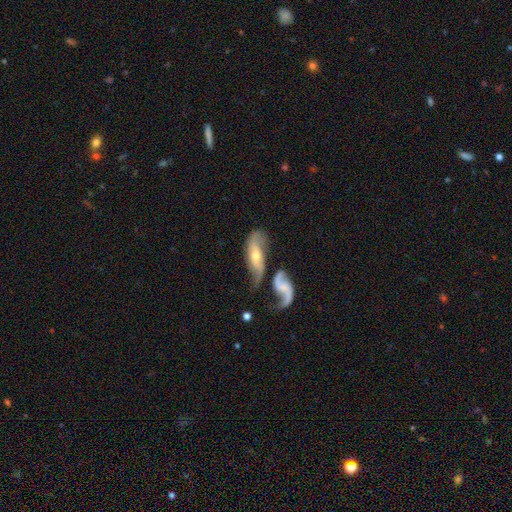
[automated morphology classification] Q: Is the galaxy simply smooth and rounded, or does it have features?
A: featured or disk — 63%.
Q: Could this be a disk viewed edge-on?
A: no — 82%.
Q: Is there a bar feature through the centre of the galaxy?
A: no — 61%.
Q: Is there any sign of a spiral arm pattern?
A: yes — 73%.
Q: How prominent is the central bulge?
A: moderate — 47%.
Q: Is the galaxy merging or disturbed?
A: merger — 33%.